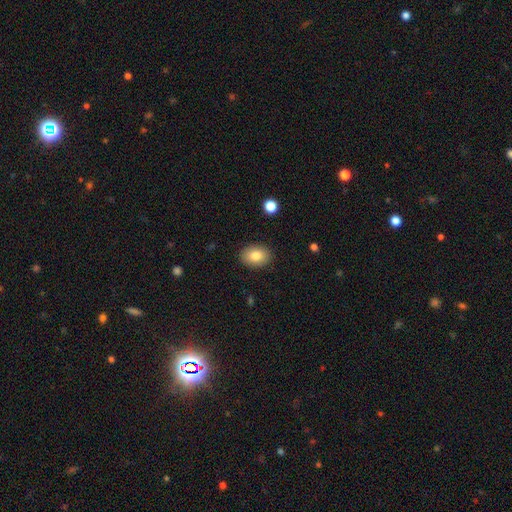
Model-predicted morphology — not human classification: This appears to be a smooth galaxy with no disk features (82%) that is in between round and cigar-shaped (77%). Merging: none (89%).